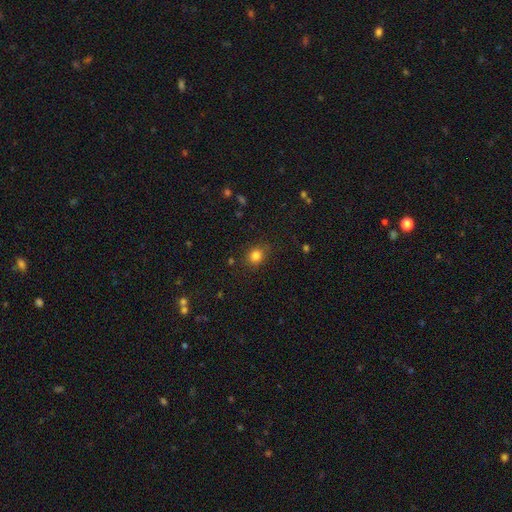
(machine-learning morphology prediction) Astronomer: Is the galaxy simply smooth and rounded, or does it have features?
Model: smooth — 82%.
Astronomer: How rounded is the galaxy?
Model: round — 72%.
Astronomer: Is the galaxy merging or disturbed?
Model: none — 84%.